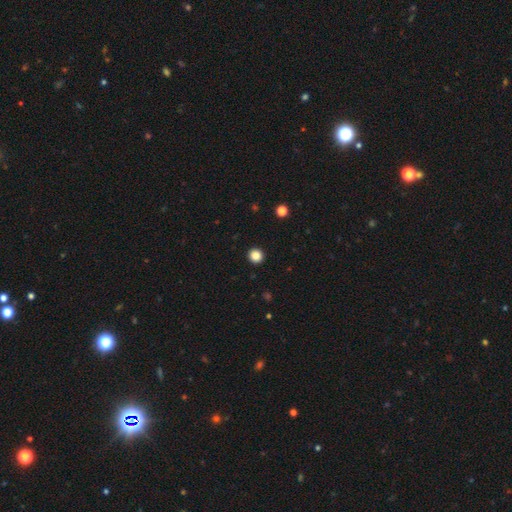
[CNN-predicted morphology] Smooth or featured? Predicted: smooth (p=0.86). How rounded? Predicted: round (p=0.93). Merging? Predicted: none (p=0.94).